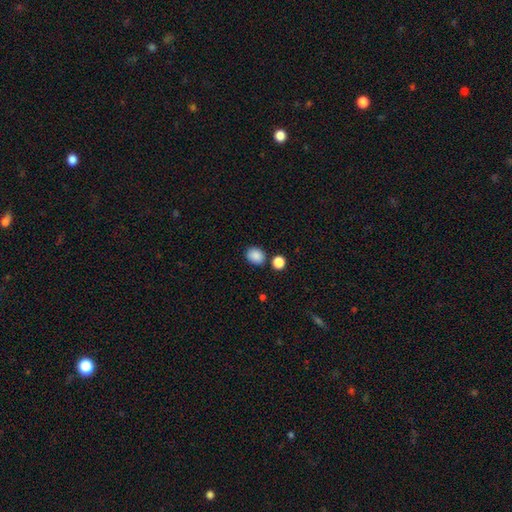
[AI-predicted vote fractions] Q: Smooth or featured?
A: smooth (87%); runner-up: star or artifact (9%)
Q: How rounded?
A: in between (54%); runner-up: round (45%)
Q: Merging?
A: none (80%); runner-up: minor disturbance (11%)